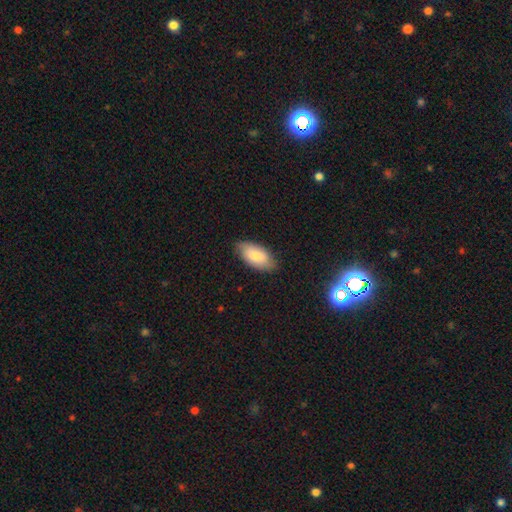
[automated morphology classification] Q: Smooth or featured?
A: smooth (76%); runner-up: featured or disk (18%)
Q: How rounded?
A: in between (94%); runner-up: cigar-shaped (4%)
Q: Merging?
A: none (81%); runner-up: minor disturbance (16%)